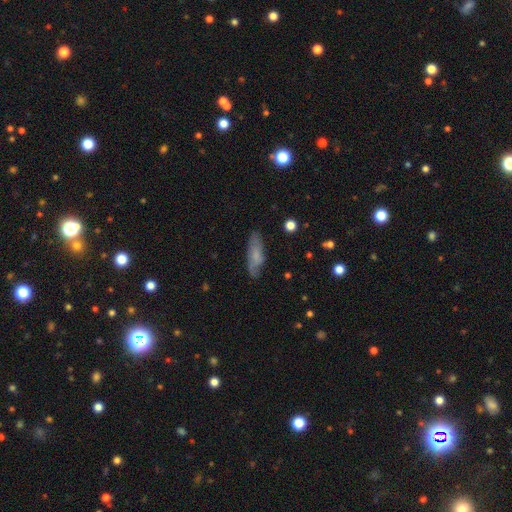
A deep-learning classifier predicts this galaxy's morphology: smooth-or-featured: smooth: 62% | featured or disk: 31% | star or artifact: 7%
  how-rounded: in between: 55% | cigar-shaped: 43% | round: 2%
  merging: none: 71% | minor disturbance: 21% | major disturbance: 6% | merger: 2%